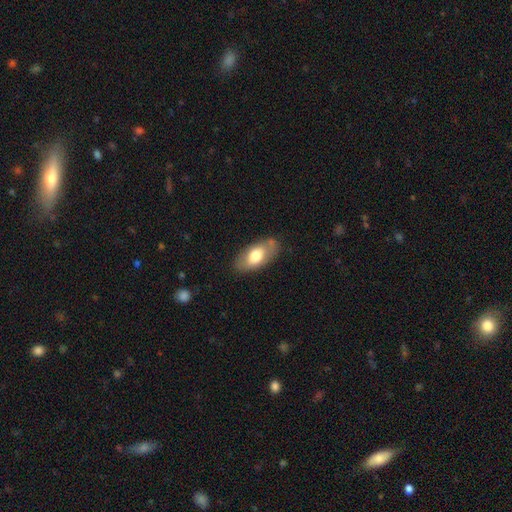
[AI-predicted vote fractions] Smooth or featured? Predicted: smooth (p=0.68). How rounded? Predicted: in between (p=0.91). Merging? Predicted: none (p=0.77).